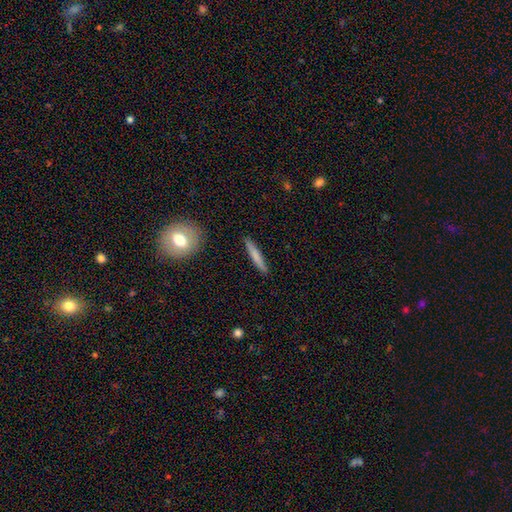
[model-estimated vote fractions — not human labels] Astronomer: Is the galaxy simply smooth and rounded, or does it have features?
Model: smooth — 69%.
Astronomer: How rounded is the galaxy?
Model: cigar-shaped — 94%.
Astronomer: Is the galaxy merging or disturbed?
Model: none — 90%.